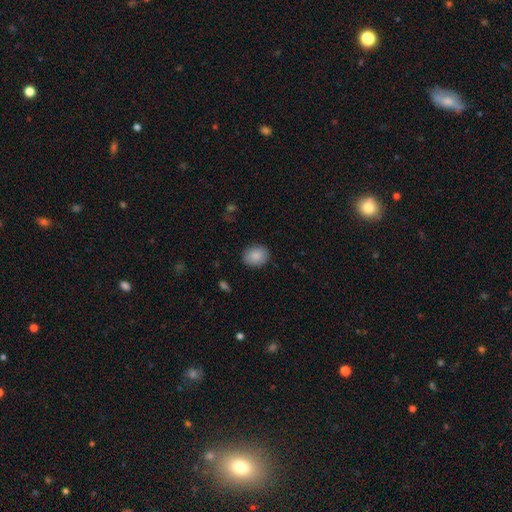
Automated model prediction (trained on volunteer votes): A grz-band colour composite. It shows a smooth galaxy with no disk features (87%) that is round (50%). Merging: none (87%).